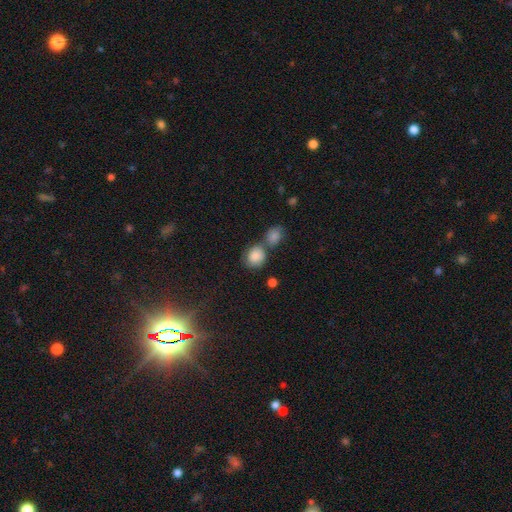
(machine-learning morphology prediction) smooth 82%, featured or disk 10%, star or artifact 8%. Down the decision tree: how rounded — round (67%); merging — merger (45%).